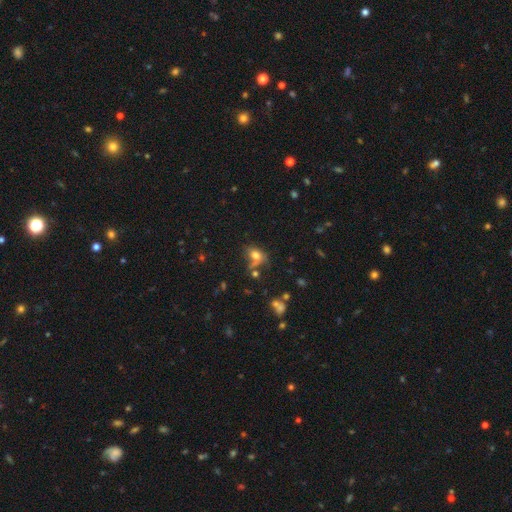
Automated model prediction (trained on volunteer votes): smooth 71%, star or artifact 16%, featured or disk 13%. Down the decision tree: how rounded — in between (66%); merging — none (48%).